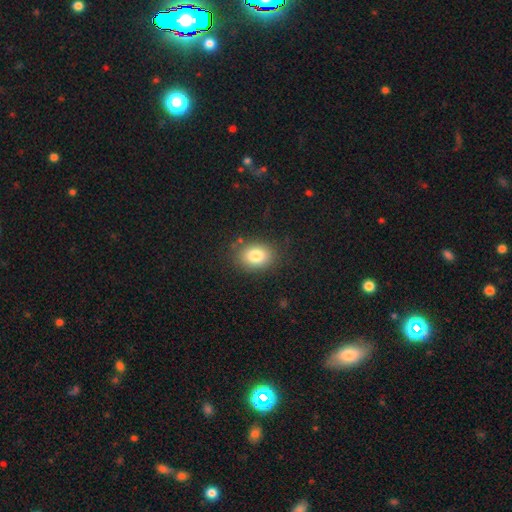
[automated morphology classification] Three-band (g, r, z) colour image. It shows a smooth galaxy with no disk features (81%) that is in between round and cigar-shaped (68%). Merging: none (83%).